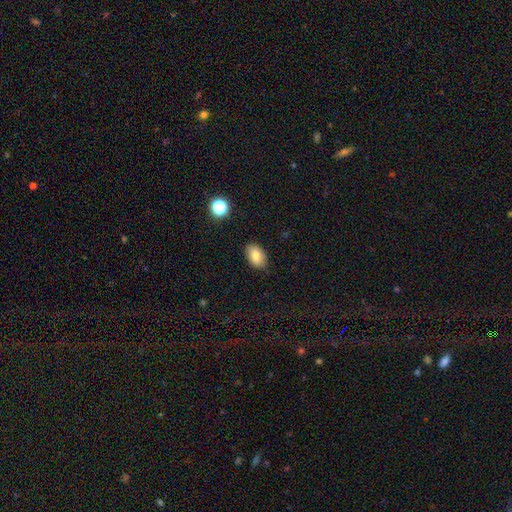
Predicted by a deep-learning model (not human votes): This is clearly a smooth galaxy (82%). How rounded: clearly in between (87%). Merging: clearly none (85%).